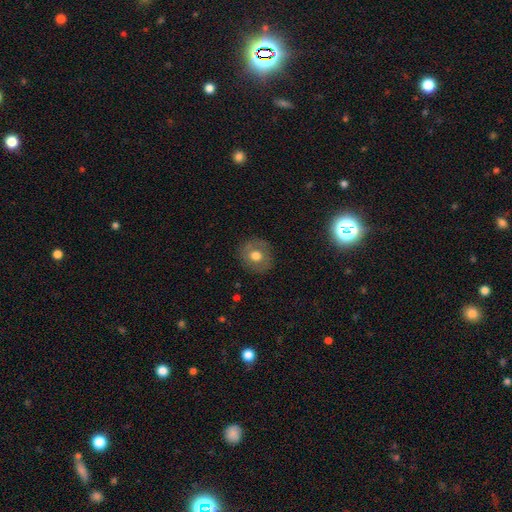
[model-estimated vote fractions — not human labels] Overall: smooth (66%). How rounded: round (83%). Merging: none (85%).